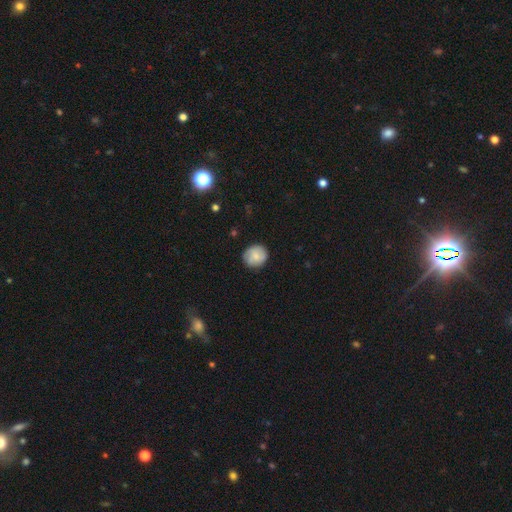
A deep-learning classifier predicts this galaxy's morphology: type=smooth (76%); roundness=round (87%); merging=none (82%).